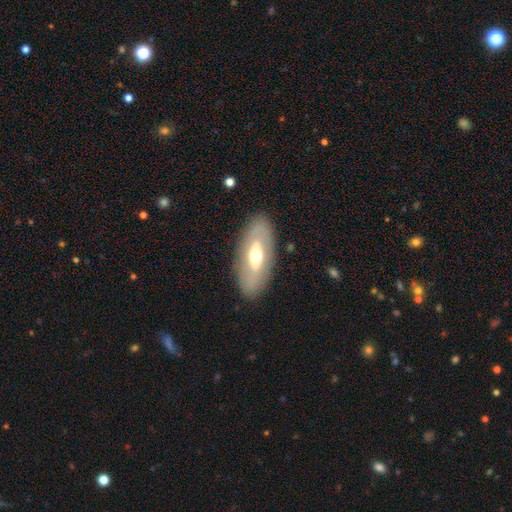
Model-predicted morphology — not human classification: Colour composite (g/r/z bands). It shows a featured or disk galaxy (57%). Merging: none (86%).